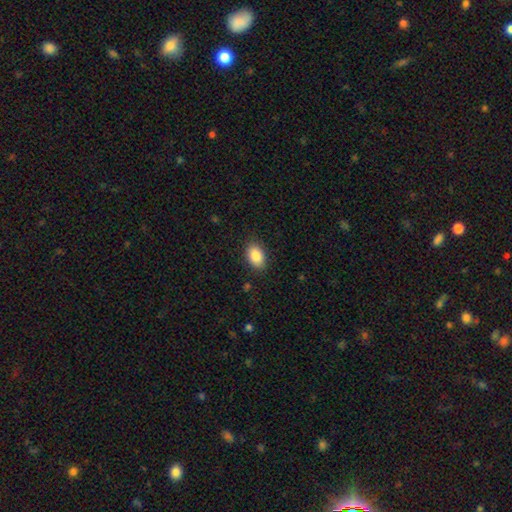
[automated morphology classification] smooth 87%, star or artifact 7%, featured or disk 5%. Down the decision tree: how rounded — in between (89%); merging — none (87%).